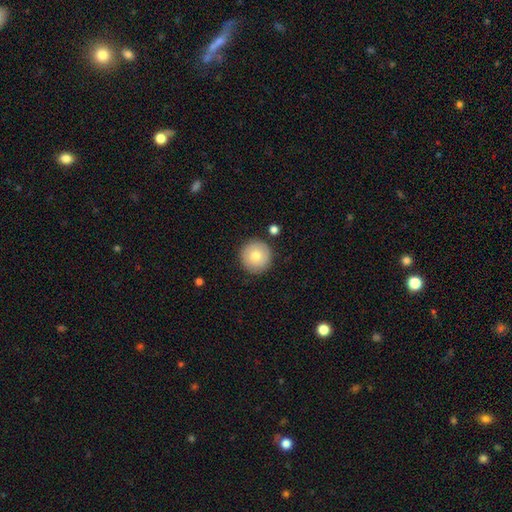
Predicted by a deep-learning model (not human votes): A smooth galaxy with no disk features (76%) that is round (96%). Merging: none (88%).